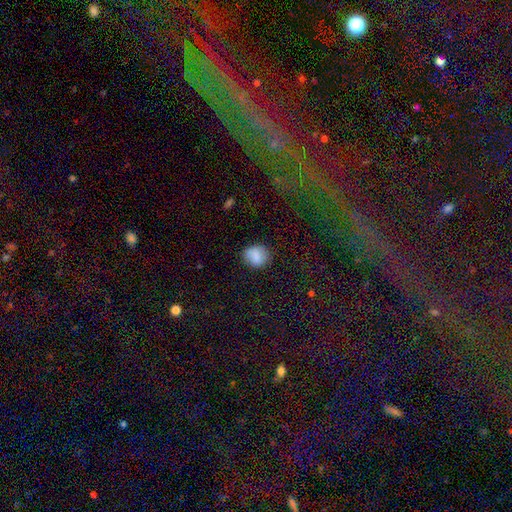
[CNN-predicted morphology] A smooth galaxy with no disk features (82%) that is round (71%). Merging: none (78%).